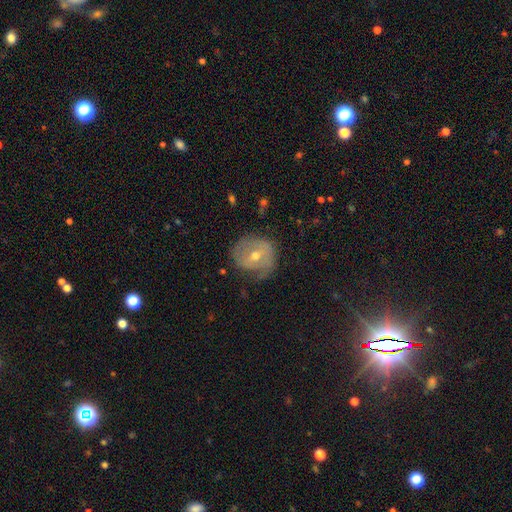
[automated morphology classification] Smooth or featured? Predicted: featured or disk (p=0.66). Edge-on disk? Predicted: no (p=0.96). Bar? Predicted: no (p=0.44). Spiral arms? Predicted: yes (p=0.77). Bulge size? Predicted: moderate (p=0.58). Merging? Predicted: none (p=0.62).